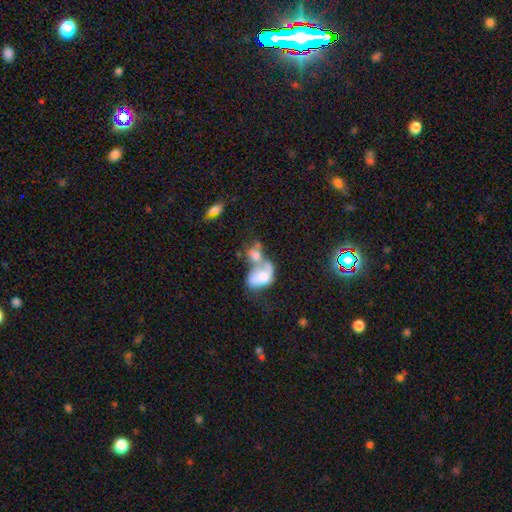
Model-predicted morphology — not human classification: Smooth or featured?
  - smooth: 57% *
  - featured or disk: 33%
  - star or artifact: 10%
How rounded?
  - in between: 80% *
  - round: 17%
  - cigar-shaped: 2%
Merging?
  - merger: 74% *
  - major disturbance: 11%
  - none: 9%
  - minor disturbance: 6%